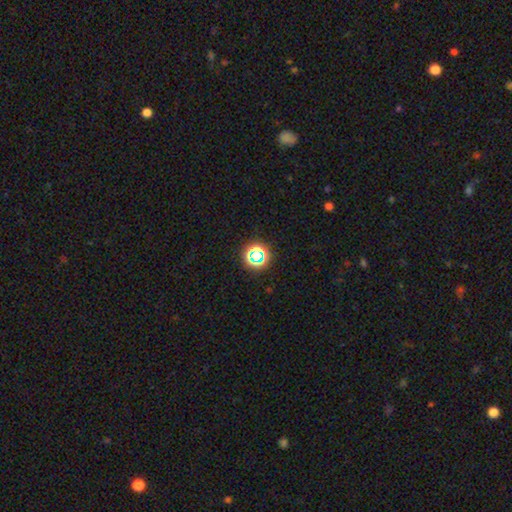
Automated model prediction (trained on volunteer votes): Morphology: type=star or artifact (60%).